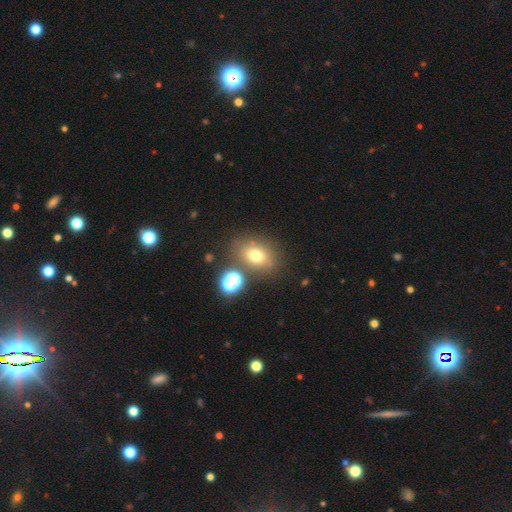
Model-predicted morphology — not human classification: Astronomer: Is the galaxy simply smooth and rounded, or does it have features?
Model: smooth — 69%.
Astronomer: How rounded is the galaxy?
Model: in between — 59% (runner-up: round, 40%).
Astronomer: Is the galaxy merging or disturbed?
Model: none — 71%.